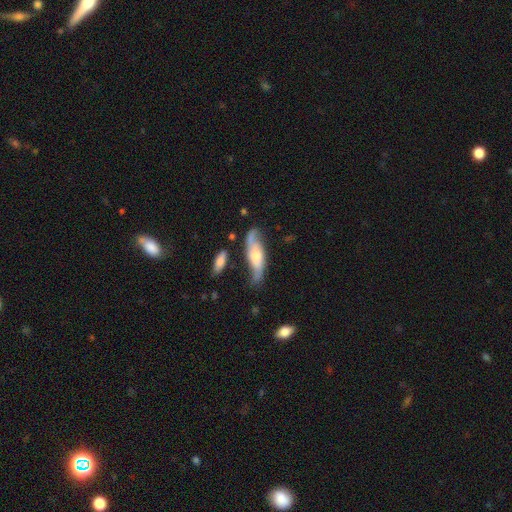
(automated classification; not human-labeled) smooth-or-featured: featured or disk: 66% | smooth: 28% | star or artifact: 6%
  disk-edge-on: no: 75% | yes: 25%
  merging: none: 59% | minor disturbance: 25% | major disturbance: 9% | merger: 6%